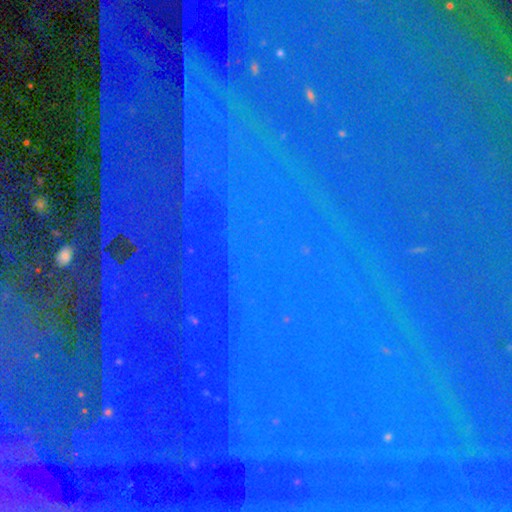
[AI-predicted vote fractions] A star or artifact, not a galaxy (88%).

Vote fractions:
- Smooth or featured? star or artifact: 88% / featured or disk: 6% / smooth: 6%